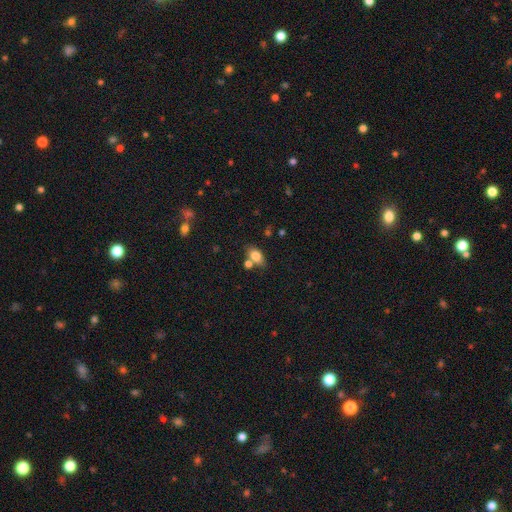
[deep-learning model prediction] Smooth or featured? Predicted: smooth (p=0.78). How rounded? Predicted: in between (p=0.84). Merging? Predicted: none (p=0.62).